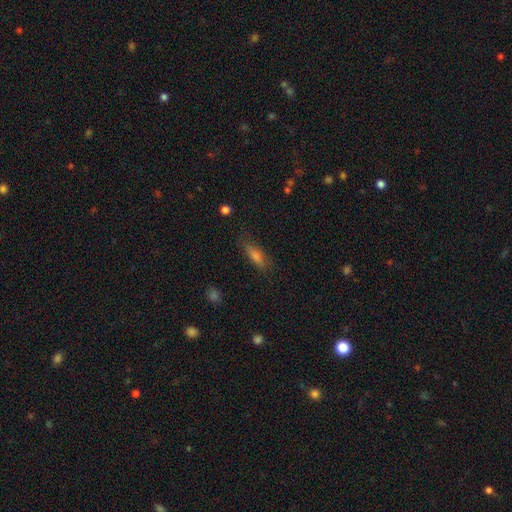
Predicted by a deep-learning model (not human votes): Overall: smooth (65%). How rounded: cigar-shaped (55%; in between 42%). Merging: none (78%).